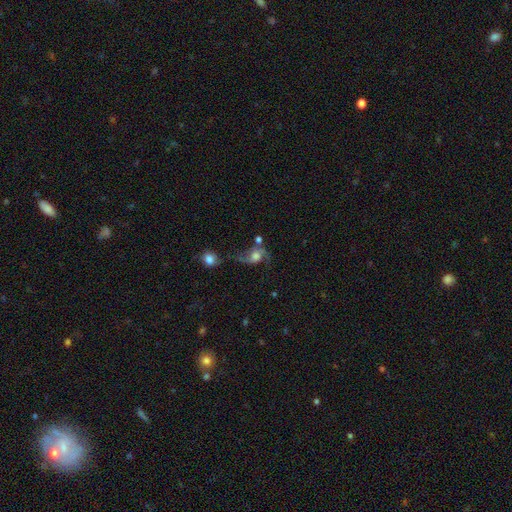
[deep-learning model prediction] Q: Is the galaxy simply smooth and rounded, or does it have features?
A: featured or disk — 71%.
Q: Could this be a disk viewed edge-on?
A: no — 97%.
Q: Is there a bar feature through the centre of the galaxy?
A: no — 67%.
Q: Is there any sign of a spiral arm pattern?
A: yes — 92%.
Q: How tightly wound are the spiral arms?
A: loose — 66%.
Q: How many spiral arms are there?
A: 2 — 89%.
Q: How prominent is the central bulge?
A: large — 42%.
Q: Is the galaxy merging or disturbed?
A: none — 44%.